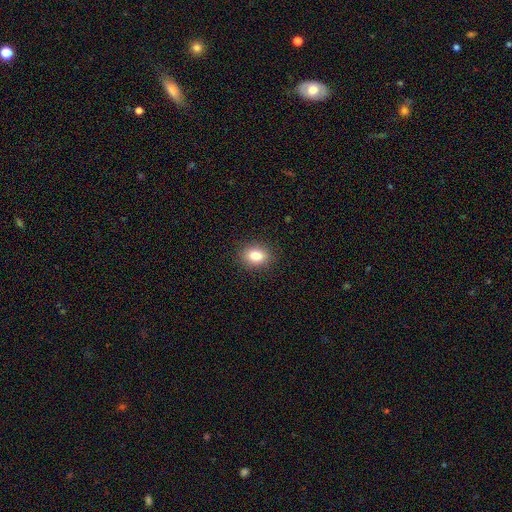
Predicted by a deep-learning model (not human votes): Smooth or featured? smooth (82%)
How rounded? in between (59%)
Merging? none (89%)